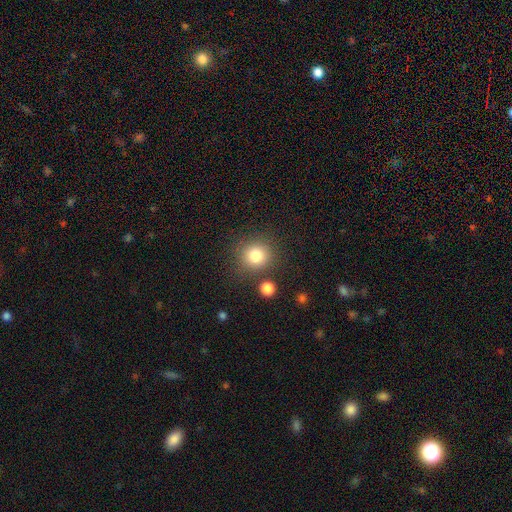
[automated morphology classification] The model was most divided on "smooth or featured": smooth: 82%, star or artifact: 12%, featured or disk: 7%. More confident: how rounded — round (89%); merging — none (81%).